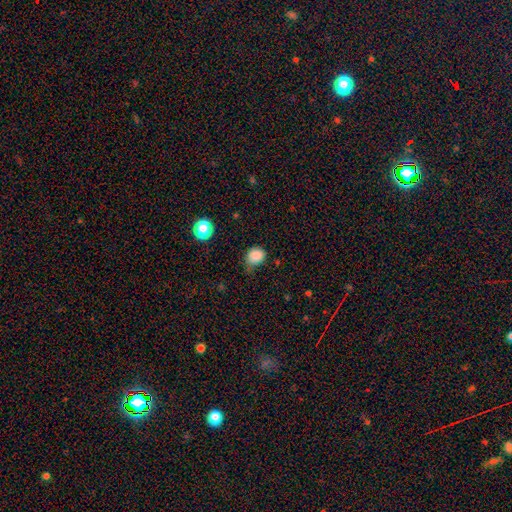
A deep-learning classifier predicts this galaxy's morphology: A smooth galaxy with no disk features (85%) that is round (62%). Merging: none (47%).